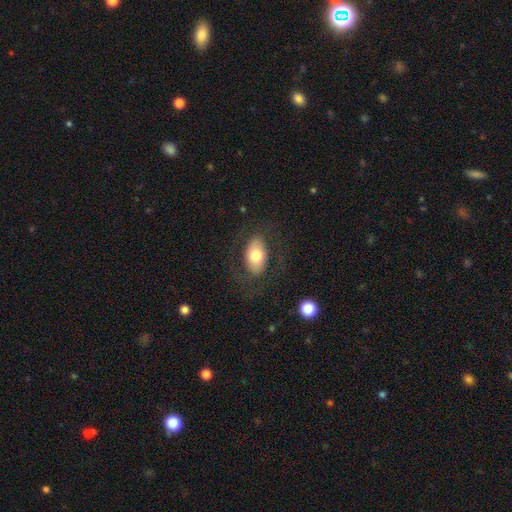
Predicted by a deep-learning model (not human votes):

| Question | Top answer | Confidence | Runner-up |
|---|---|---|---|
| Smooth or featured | smooth | 68% | featured or disk (26%) |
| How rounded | in between | 91% | round (7%) |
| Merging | none | 75% | minor disturbance (14%) |